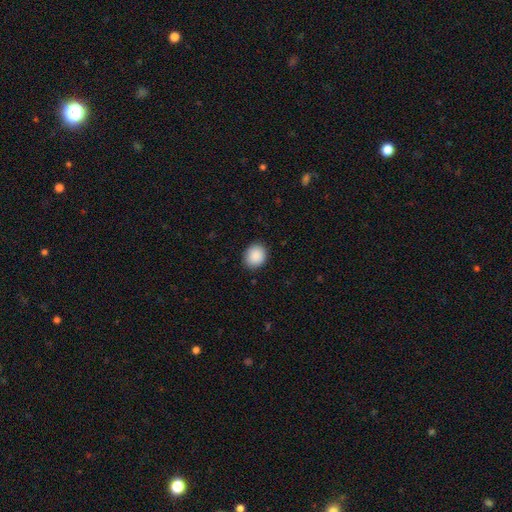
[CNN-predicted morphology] smooth-or-featured: smooth: 90% | star or artifact: 7% | featured or disk: 3%
  how-rounded: round: 68% | in between: 31% | cigar-shaped: 1%
  merging: none: 89% | minor disturbance: 8% | major disturbance: 2% | merger: 1%